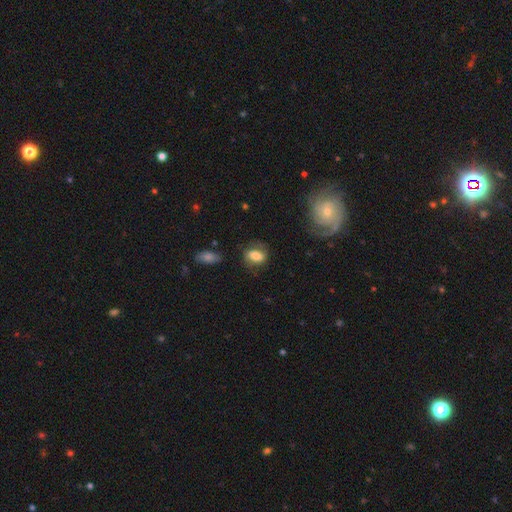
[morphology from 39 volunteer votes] Smooth or featured: smooth — 82% (star or artifact — 10%)
How rounded: in between — 81% (round — 19%)
Merging: none — 71% (minor disturbance — 17%)